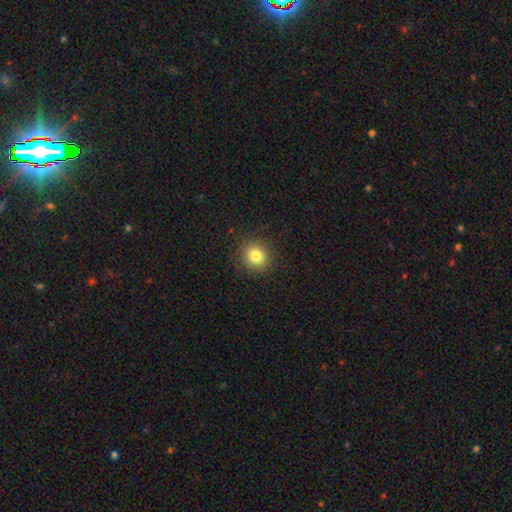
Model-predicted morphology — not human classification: A smooth galaxy with no disk features (81%) that is round (88%).

Vote fractions:
- Smooth or featured? smooth: 81% / star or artifact: 12% / featured or disk: 7%
- How rounded? round: 88% / in between: 11% / cigar-shaped: 1%
- Merging? none: 88% / minor disturbance: 8% / major disturbance: 3% / merger: 1%